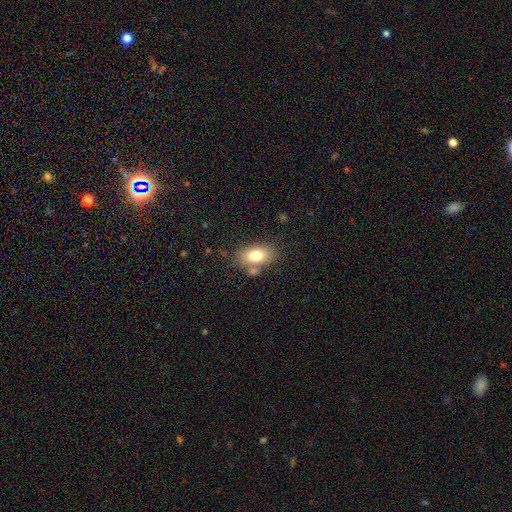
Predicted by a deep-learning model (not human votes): Morphology: type=smooth (77%); roundness=in between (87%); merging=none (68%).